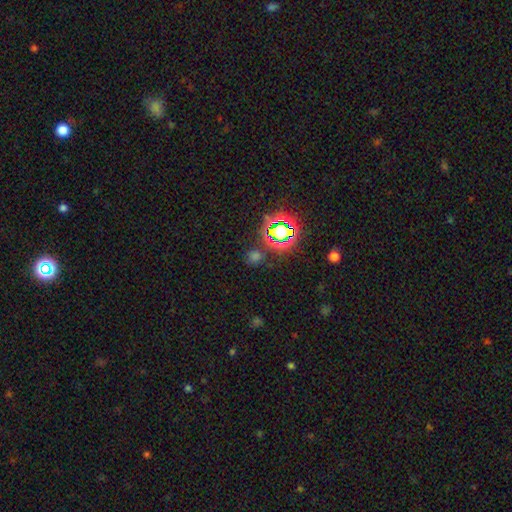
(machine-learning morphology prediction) This is possibly a star or artifact rather than a galaxy (49%).